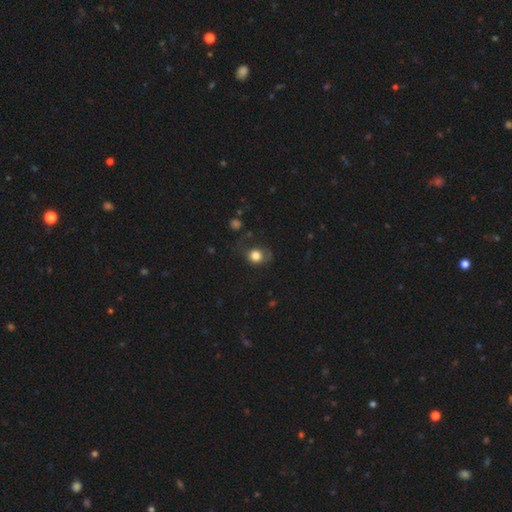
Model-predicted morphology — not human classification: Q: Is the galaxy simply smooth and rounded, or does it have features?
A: smooth — 79%.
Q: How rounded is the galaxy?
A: round — 72%.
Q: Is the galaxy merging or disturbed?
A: none — 54%.